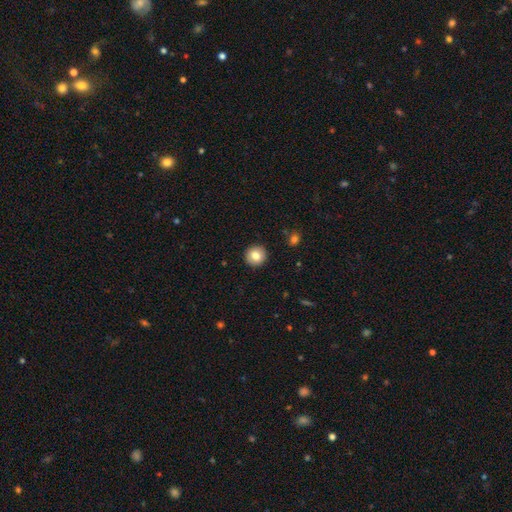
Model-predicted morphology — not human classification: A smooth galaxy with no disk features (82%) that is round (95%).

Vote fractions:
- Smooth or featured? smooth: 82% / featured or disk: 10% / star or artifact: 9%
- How rounded? round: 95% / in between: 4% / cigar-shaped: 1%
- Merging? none: 93% / minor disturbance: 5% / major disturbance: 2% / merger: 1%